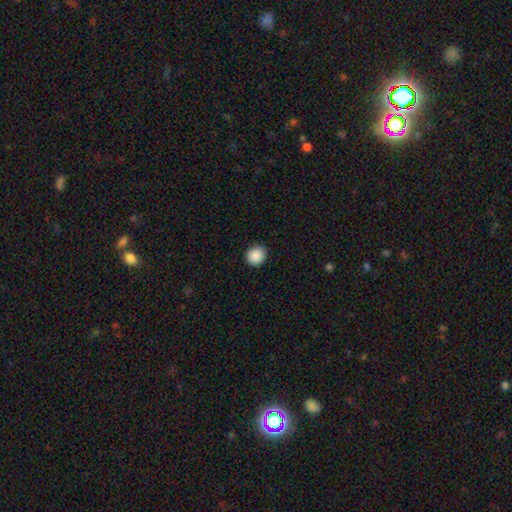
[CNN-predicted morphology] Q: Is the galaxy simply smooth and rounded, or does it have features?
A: smooth — 89%.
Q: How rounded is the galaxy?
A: round — 83%.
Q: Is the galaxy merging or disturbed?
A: none — 92%.